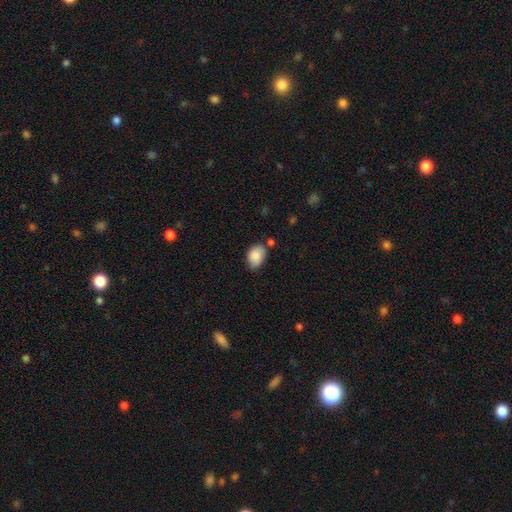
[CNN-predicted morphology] Smooth or featured? smooth (88%)
How rounded? in between (82%)
Merging? none (65%)